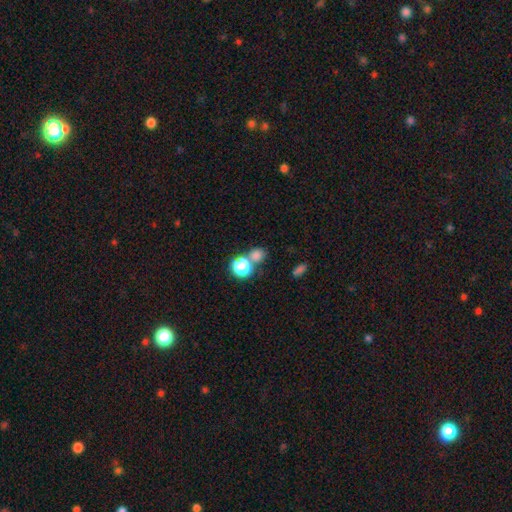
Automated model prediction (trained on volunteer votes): smooth-or-featured: smooth: 74% | star or artifact: 19% | featured or disk: 6%
  how-rounded: round: 77% | in between: 22% | cigar-shaped: 1%
  merging: none: 58% | merger: 30% | minor disturbance: 8% | major disturbance: 4%